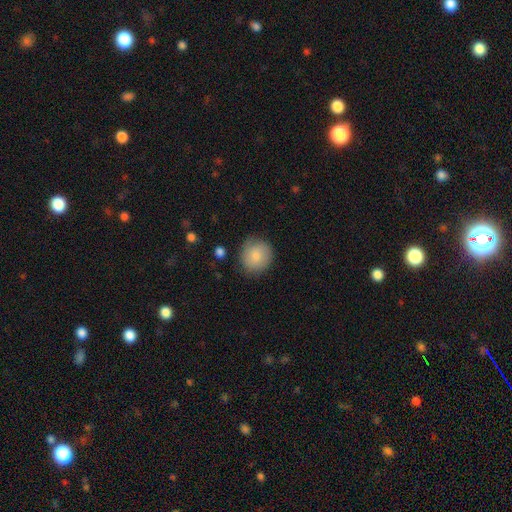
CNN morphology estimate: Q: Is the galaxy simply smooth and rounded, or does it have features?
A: smooth — 82%.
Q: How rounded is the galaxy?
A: round — 86%.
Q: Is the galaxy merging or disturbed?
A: none — 81%.